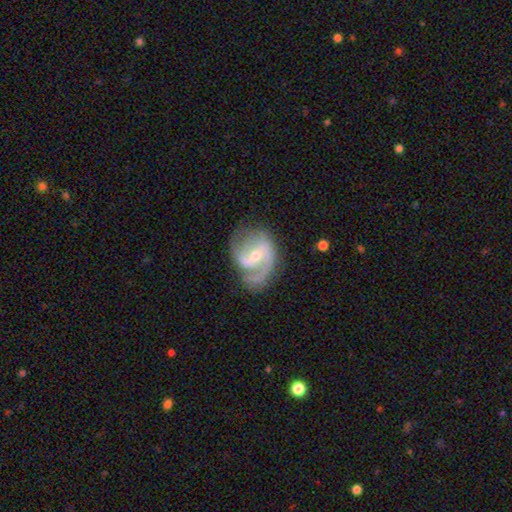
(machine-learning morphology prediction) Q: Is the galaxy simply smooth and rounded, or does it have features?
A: featured or disk — 87%.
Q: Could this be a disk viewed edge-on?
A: no — 98%.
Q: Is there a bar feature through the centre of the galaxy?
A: weak — 50%.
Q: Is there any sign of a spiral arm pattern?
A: yes — 96%.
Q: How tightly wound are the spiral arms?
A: medium — 53%.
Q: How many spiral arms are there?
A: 2 — 68%.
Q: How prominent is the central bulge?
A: small — 55%.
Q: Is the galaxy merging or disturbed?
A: none — 64%.